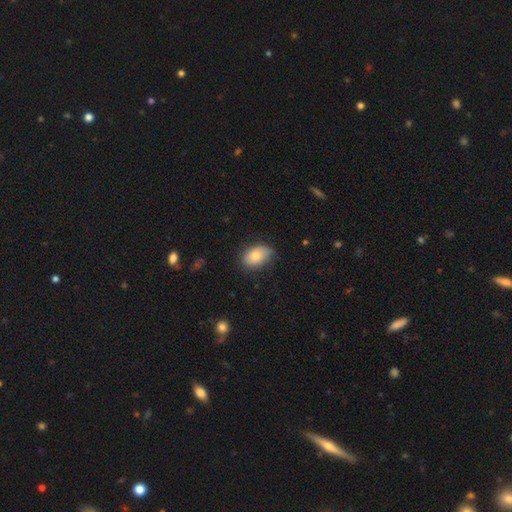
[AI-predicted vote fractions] Smooth or featured: smooth — 79% (featured or disk — 13%)
How rounded: in between — 83% (round — 16%)
Merging: none — 70% (minor disturbance — 24%)